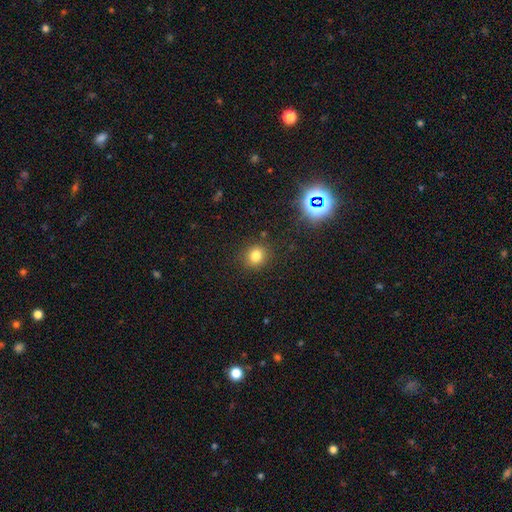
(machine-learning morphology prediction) A smooth galaxy with no disk features (77%) that is round (79%). Merging: none (87%).